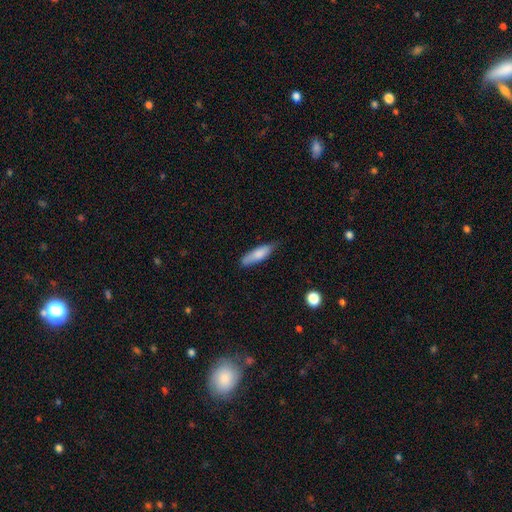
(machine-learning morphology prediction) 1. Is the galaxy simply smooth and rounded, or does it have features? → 69% smooth, 23% featured or disk, 8% star or artifact.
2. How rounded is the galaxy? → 68% cigar-shaped, 30% in between, 2% round.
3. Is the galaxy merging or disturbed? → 78% none, 18% minor disturbance, 3% major disturbance, 1% merger.